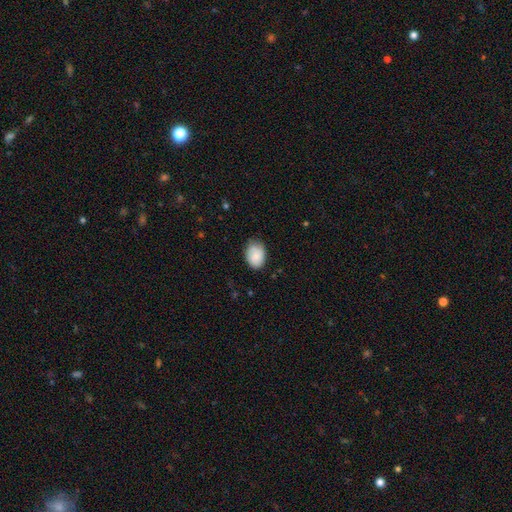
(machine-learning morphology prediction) Smooth or featured? smooth (81%)
How rounded? in between (72%)
Merging? none (70%)